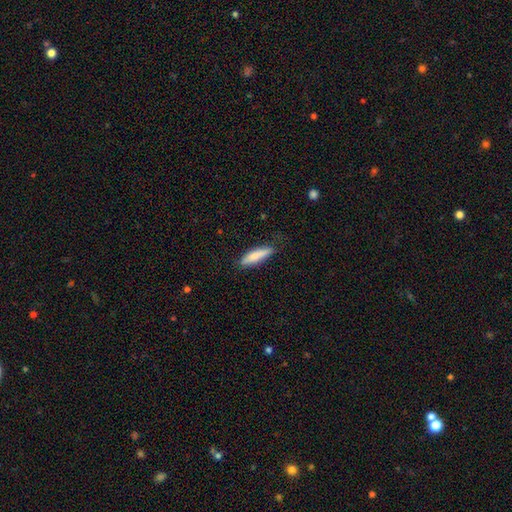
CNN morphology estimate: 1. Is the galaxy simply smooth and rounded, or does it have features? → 79% smooth, 15% featured or disk, 6% star or artifact.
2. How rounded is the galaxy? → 71% cigar-shaped, 27% in between, 2% round.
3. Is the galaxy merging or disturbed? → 80% none, 16% minor disturbance, 3% major disturbance, 1% merger.